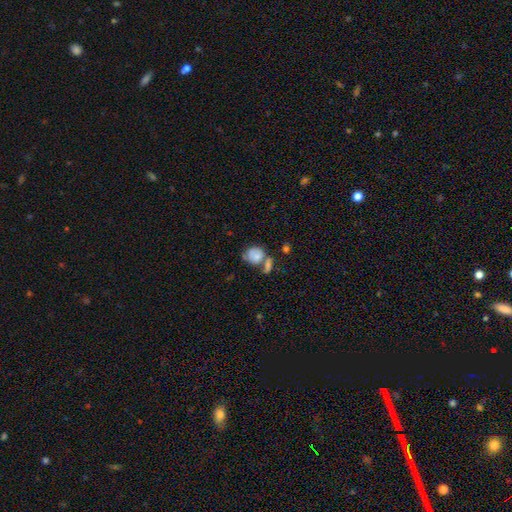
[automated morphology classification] type=smooth (68%); roundness=round (60%); merging=merger (37%).